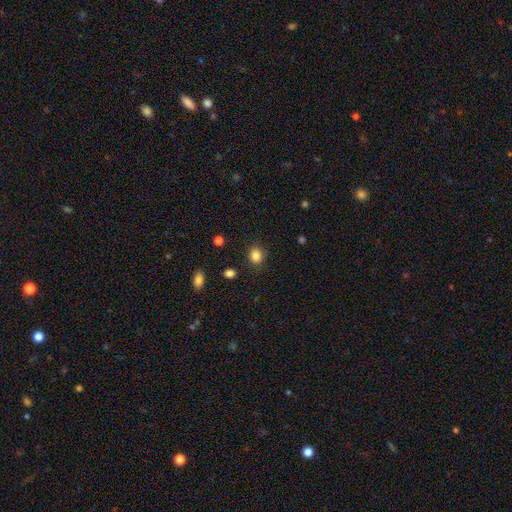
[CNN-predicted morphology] Smooth or featured? Predicted: smooth (p=0.85). How rounded? Predicted: round (p=0.72). Merging? Predicted: none (p=0.85).